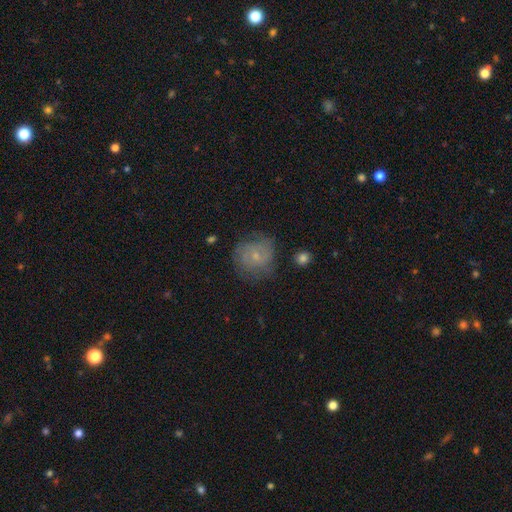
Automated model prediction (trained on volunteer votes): This is possibly a smooth galaxy (46%). Merging: likely none (64%).